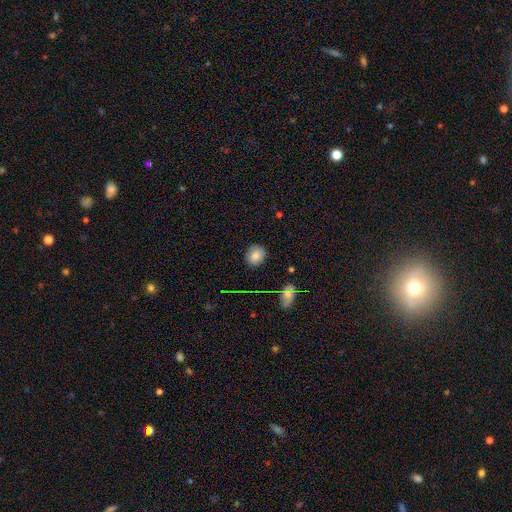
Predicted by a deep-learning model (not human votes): Smooth or featured? Predicted: smooth (p=0.81). How rounded? Predicted: round (p=0.77). Merging? Predicted: none (p=0.83).